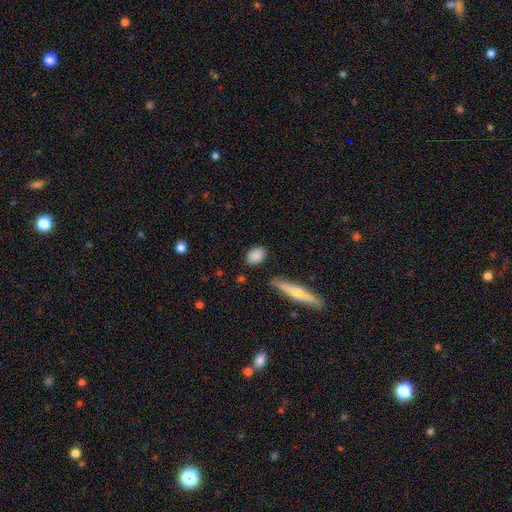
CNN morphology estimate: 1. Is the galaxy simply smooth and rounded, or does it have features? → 84% smooth, 8% featured or disk, 8% star or artifact.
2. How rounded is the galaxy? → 76% in between, 20% round, 4% cigar-shaped.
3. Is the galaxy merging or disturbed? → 81% none, 13% minor disturbance, 3% major disturbance, 3% merger.